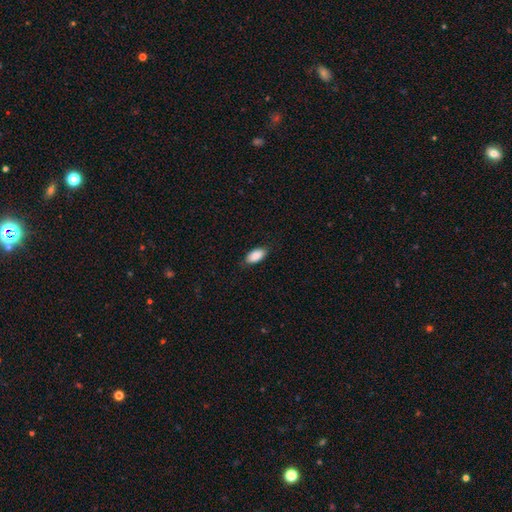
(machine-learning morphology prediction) smooth-or-featured: smooth: 89% | star or artifact: 6% | featured or disk: 4%
  how-rounded: in between: 92% | cigar-shaped: 5% | round: 3%
  merging: none: 83% | minor disturbance: 14% | major disturbance: 3% | merger: 1%